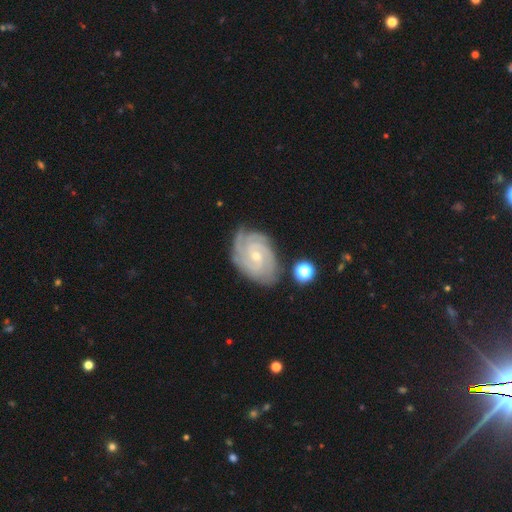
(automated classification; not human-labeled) This appears to be a featured or disk galaxy (88%) with no bar (60%), 3 (34%) tight (76%) spiral arms (98%) and a small central bulge (66%). Merging: none (76%).